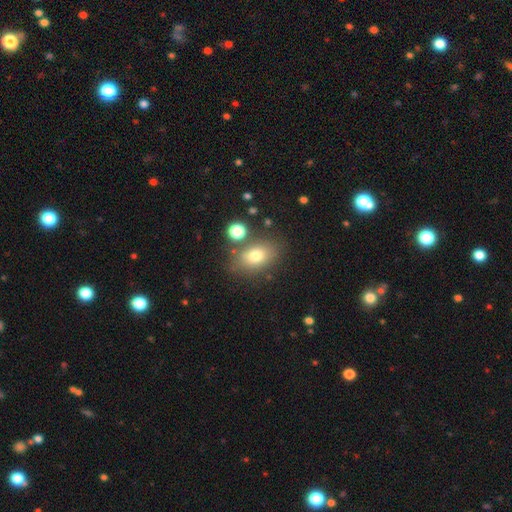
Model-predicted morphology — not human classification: A smooth galaxy with no disk features (72%) that is in between round and cigar-shaped (77%).

Vote fractions:
- Smooth or featured? smooth: 72% / featured or disk: 14% / star or artifact: 13%
- How rounded? in between: 77% / round: 21% / cigar-shaped: 2%
- Merging? none: 75% / minor disturbance: 12% / merger: 9% / major disturbance: 4%